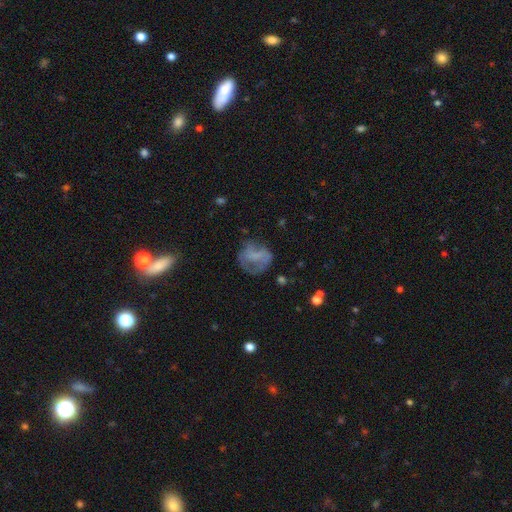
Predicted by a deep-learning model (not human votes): smooth-or-featured: smooth: 47% | featured or disk: 40% | star or artifact: 13%
  merging: none: 47% | major disturbance: 26% | minor disturbance: 24% | merger: 3%